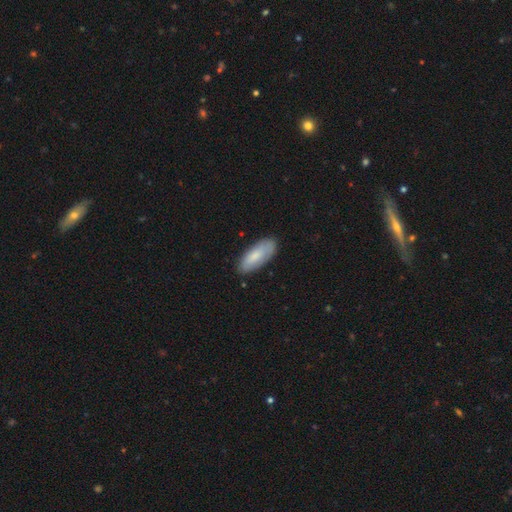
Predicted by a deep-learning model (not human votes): smooth-or-featured: smooth: 79% | featured or disk: 16% | star or artifact: 6%
  how-rounded: in between: 76% | cigar-shaped: 23% | round: 2%
  merging: none: 83% | minor disturbance: 13% | major disturbance: 2% | merger: 1%